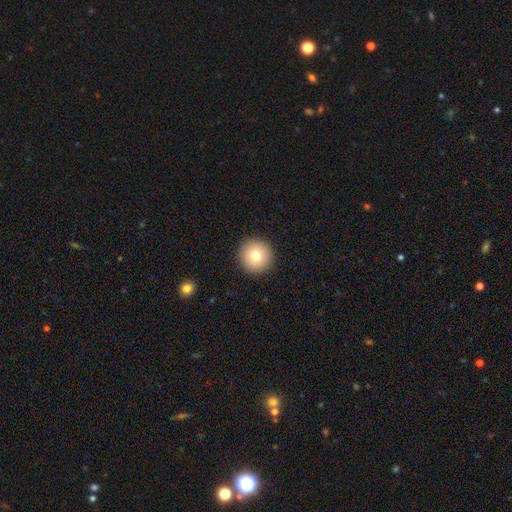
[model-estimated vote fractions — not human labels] Morphology: type=smooth (77%); roundness=round (96%); merging=none (93%).